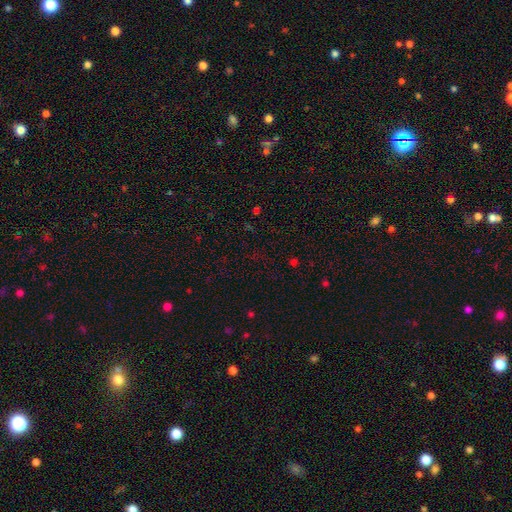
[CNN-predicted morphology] The model was most divided on "smooth or featured": star or artifact: 65%, smooth: 28%, featured or disk: 7%.